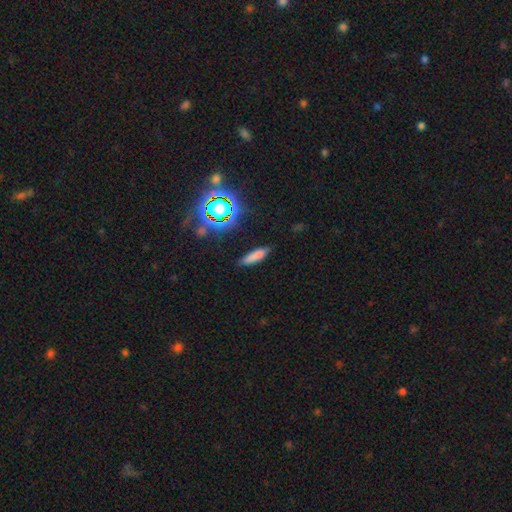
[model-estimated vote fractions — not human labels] smooth-or-featured: smooth: 72% | star or artifact: 16% | featured or disk: 12%
  how-rounded: cigar-shaped: 66% | in between: 31% | round: 3%
  merging: none: 80% | minor disturbance: 14% | major disturbance: 4% | merger: 2%